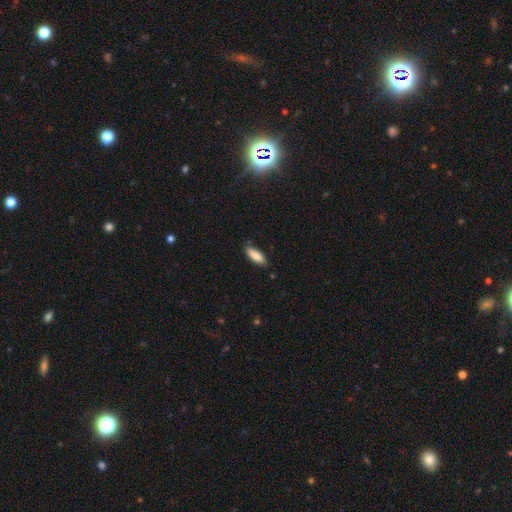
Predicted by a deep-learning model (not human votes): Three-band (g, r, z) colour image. It shows a smooth galaxy with no disk features (83%) that is in between round and cigar-shaped (63%). Merging: none (79%).